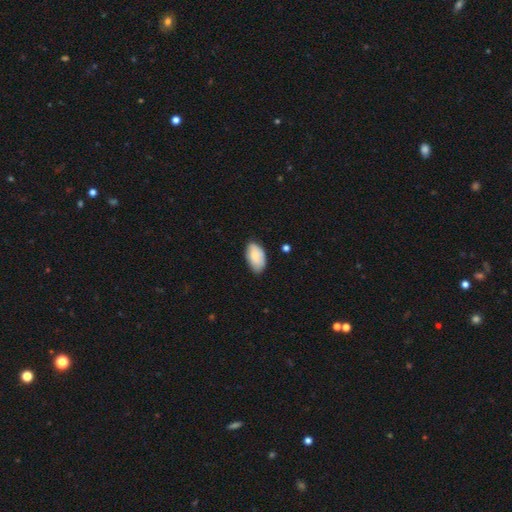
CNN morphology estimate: The model was most divided on "merging": none: 74%, minor disturbance: 22%, major disturbance: 3%, merger: 1%. More confident: how rounded — in between (95%); smooth or featured — smooth (83%).